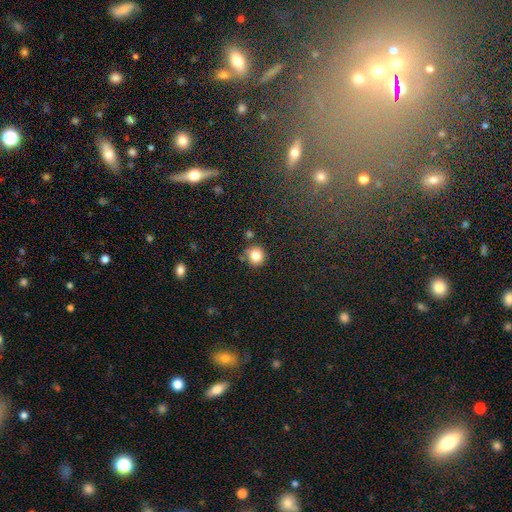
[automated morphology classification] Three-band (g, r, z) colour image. It shows a smooth galaxy with no disk features (82%) that is round (91%). Merging: none (80%).